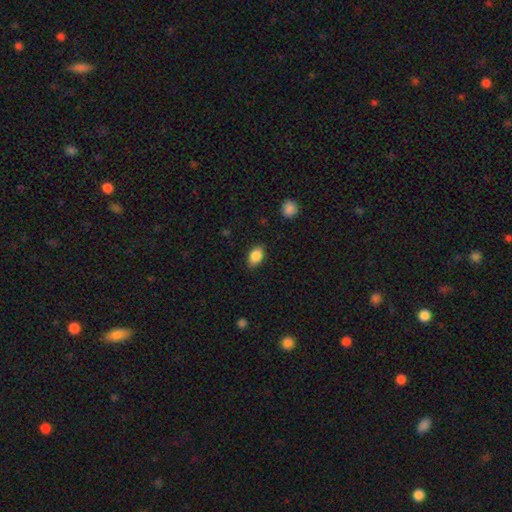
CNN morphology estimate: smooth 86%, star or artifact 8%, featured or disk 6%. Down the decision tree: how rounded — in between (85%); merging — none (82%).